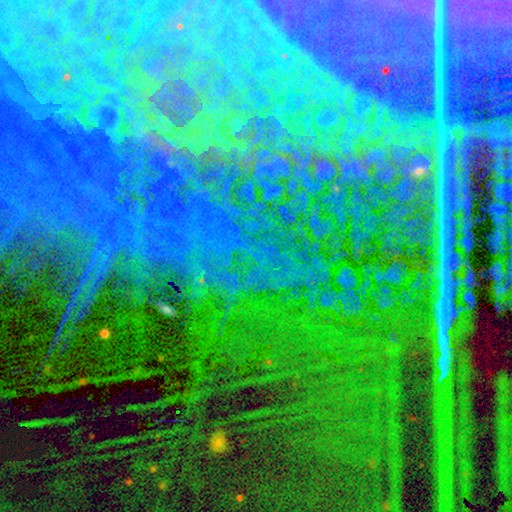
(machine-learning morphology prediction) This is clearly a star or artifact rather than a galaxy (87%).